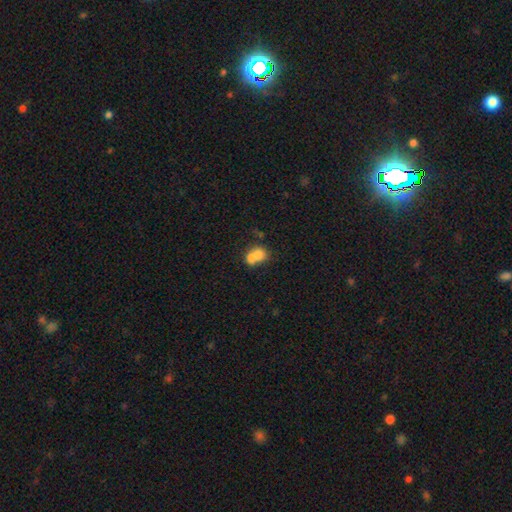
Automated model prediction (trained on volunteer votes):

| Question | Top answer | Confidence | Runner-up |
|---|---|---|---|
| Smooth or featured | smooth | 72% | featured or disk (18%) |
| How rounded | round | 61% | in between (38%) |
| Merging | merger | 69% | none (22%) |